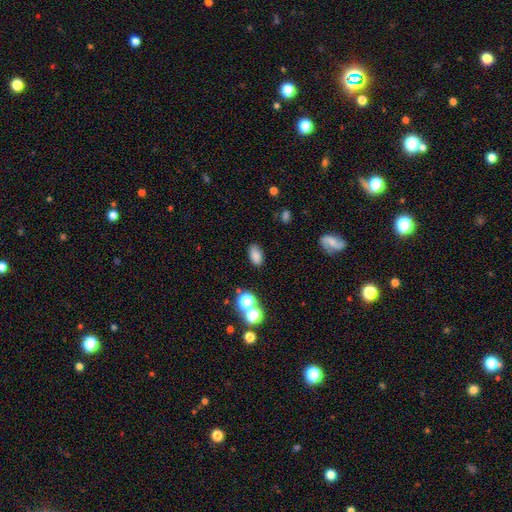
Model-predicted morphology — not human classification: Smooth or featured: smooth — 80% (star or artifact — 14%)
How rounded: in between — 89% (round — 9%)
Merging: none — 82% (minor disturbance — 12%)